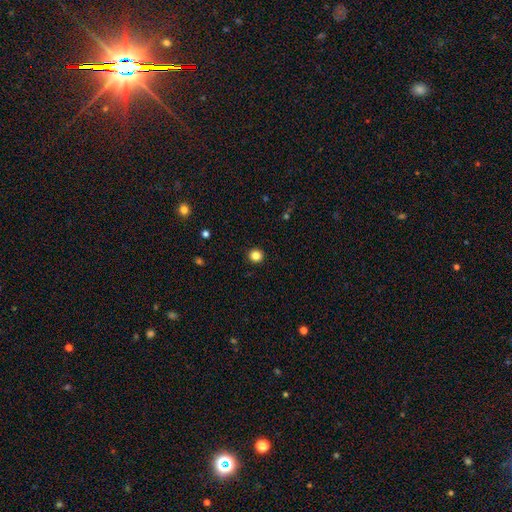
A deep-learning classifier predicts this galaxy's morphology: Smooth or featured: smooth — 84% (star or artifact — 12%)
How rounded: round — 91% (in between — 8%)
Merging: none — 93% (minor disturbance — 5%)